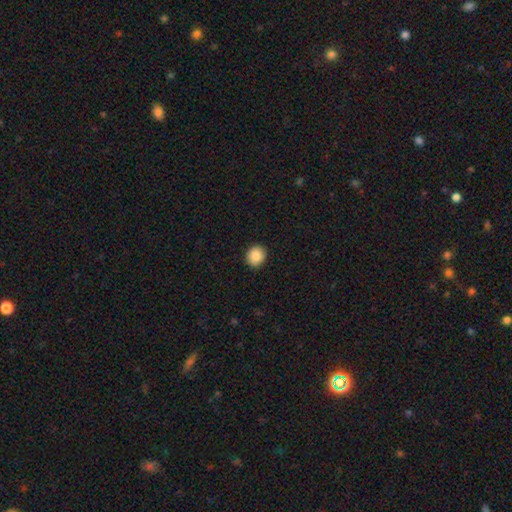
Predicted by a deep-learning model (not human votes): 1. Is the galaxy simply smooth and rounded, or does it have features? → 89% smooth, 8% star or artifact, 3% featured or disk.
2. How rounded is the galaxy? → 82% round, 17% in between, 1% cigar-shaped.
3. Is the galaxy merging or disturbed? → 90% none, 7% minor disturbance, 2% major disturbance, 1% merger.